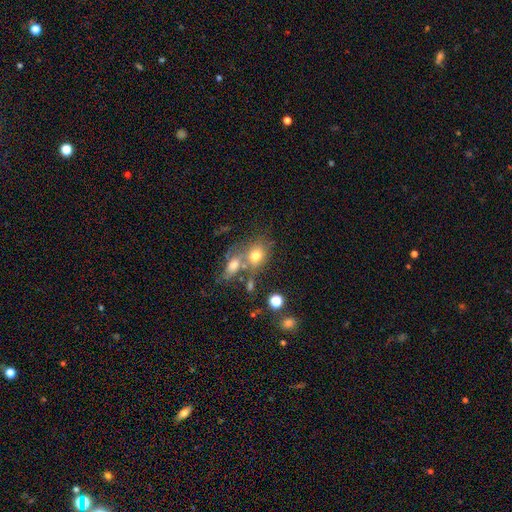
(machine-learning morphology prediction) smooth_or_featured: smooth (p=0.68) [alt: featured or disk p=0.19]
how_rounded: round (p=0.54) [alt: in between p=0.44]
merging: merger (p=0.44) [alt: none p=0.37]